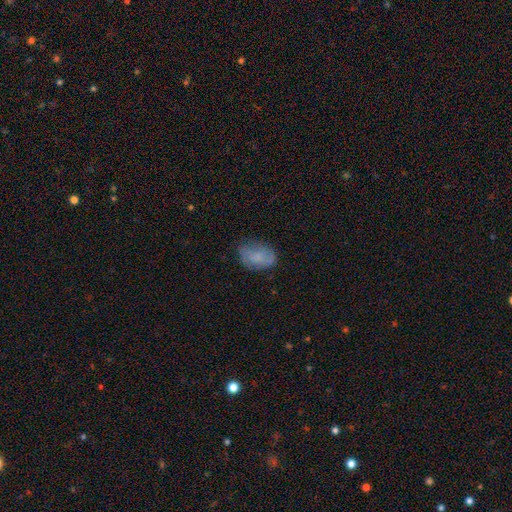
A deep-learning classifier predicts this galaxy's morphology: Q: Smooth or featured?
A: smooth (68%); runner-up: featured or disk (23%)
Q: How rounded?
A: in between (87%); runner-up: round (11%)
Q: Merging?
A: none (66%); runner-up: minor disturbance (25%)